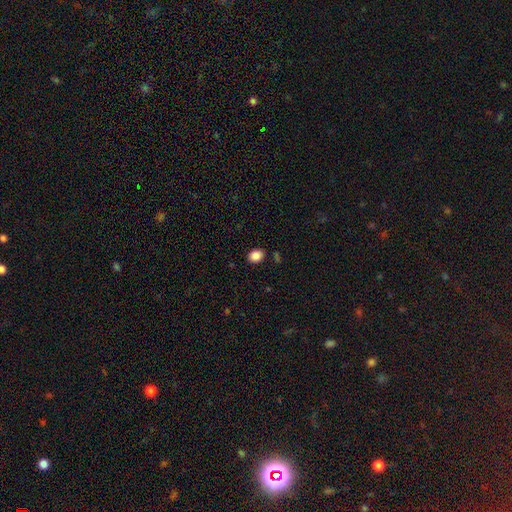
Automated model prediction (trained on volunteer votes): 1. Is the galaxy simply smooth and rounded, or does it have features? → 87% smooth, 9% star or artifact, 4% featured or disk.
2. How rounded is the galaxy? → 63% in between, 36% round, 1% cigar-shaped.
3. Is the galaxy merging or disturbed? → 86% none, 9% minor disturbance, 3% merger, 2% major disturbance.